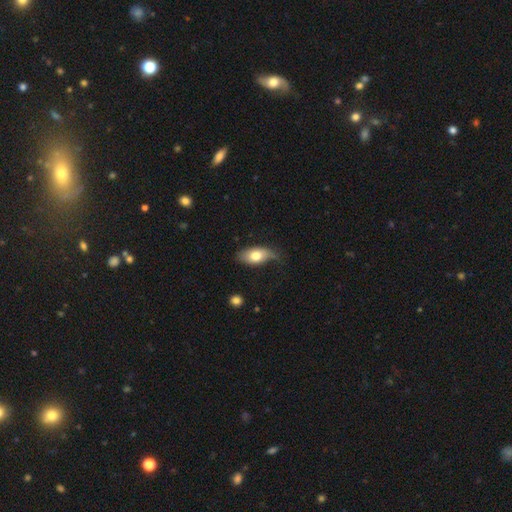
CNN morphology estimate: Q: Smooth or featured?
A: smooth (71%); runner-up: featured or disk (22%)
Q: How rounded?
A: in between (90%); runner-up: cigar-shaped (5%)
Q: Merging?
A: none (56%); runner-up: minor disturbance (33%)